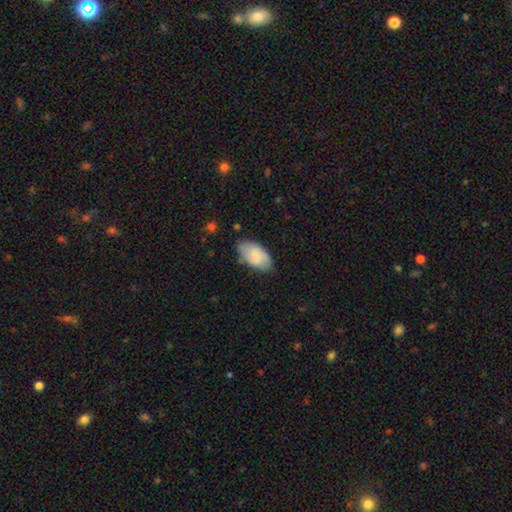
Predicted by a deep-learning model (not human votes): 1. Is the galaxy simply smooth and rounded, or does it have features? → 79% smooth, 15% featured or disk, 6% star or artifact.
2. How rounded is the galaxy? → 95% in between, 3% round, 2% cigar-shaped.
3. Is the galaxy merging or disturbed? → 69% none, 25% minor disturbance, 5% major disturbance, 2% merger.